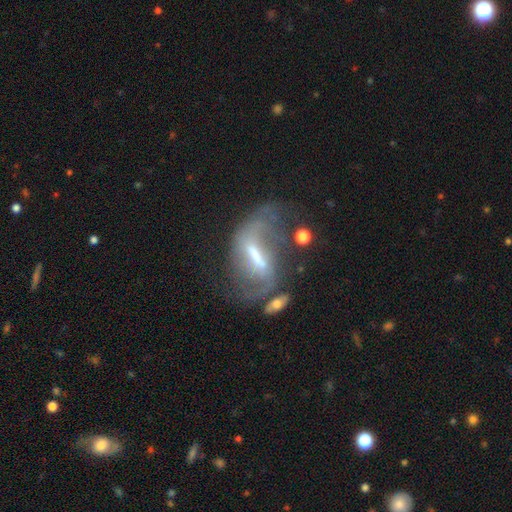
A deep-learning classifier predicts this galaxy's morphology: featured or disk 71%, smooth 19%, star or artifact 10%. Down the decision tree: edge-on disk — no (88%); bar — strong (62%); spiral arms — yes (69%); bulge size — moderate (39%); merging — none (34%).